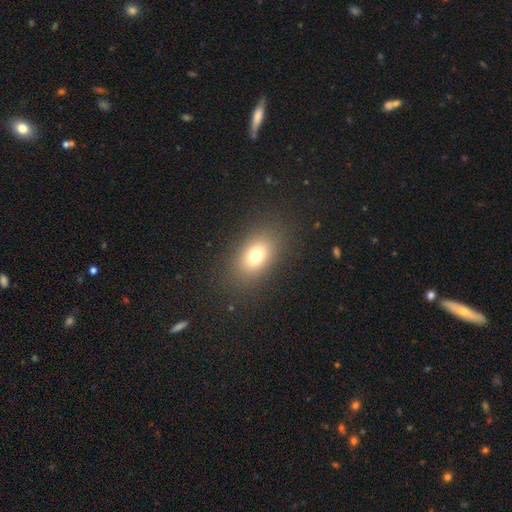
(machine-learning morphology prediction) smooth-or-featured: smooth: 74% | star or artifact: 13% | featured or disk: 13%
  how-rounded: in between: 80% | round: 18% | cigar-shaped: 2%
  merging: none: 85% | minor disturbance: 9% | major disturbance: 5% | merger: 1%